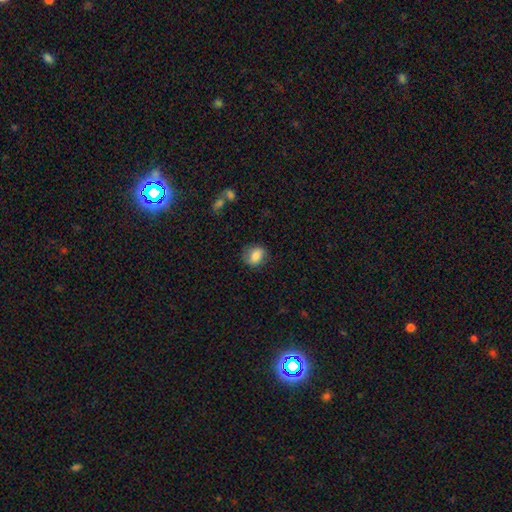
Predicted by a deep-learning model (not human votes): Smooth or featured? Predicted: smooth (p=0.77). How rounded? Predicted: in between (p=0.57). Merging? Predicted: none (p=0.74).